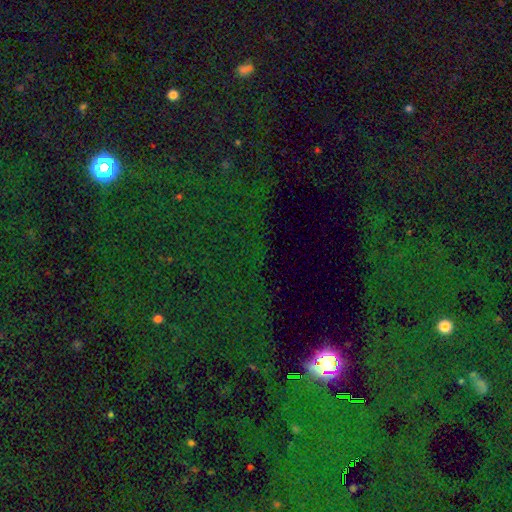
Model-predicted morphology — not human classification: A star or artifact, not a galaxy (78%).

Vote fractions:
- Smooth or featured? star or artifact: 78% / smooth: 13% / featured or disk: 9%